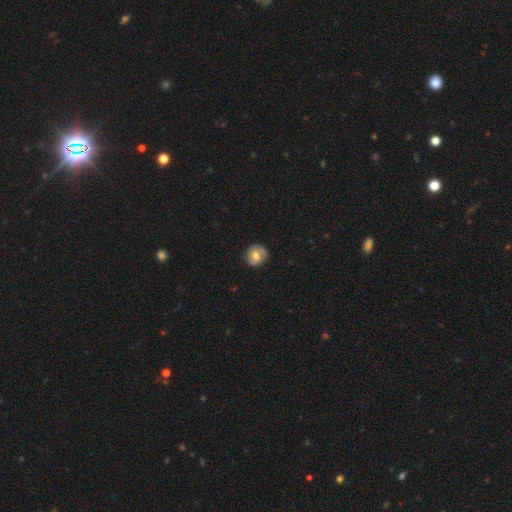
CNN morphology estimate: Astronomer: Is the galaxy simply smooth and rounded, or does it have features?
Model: smooth — 58% (runner-up: featured or disk, 34%).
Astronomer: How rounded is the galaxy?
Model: round — 80%.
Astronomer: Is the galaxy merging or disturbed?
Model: none — 76%.